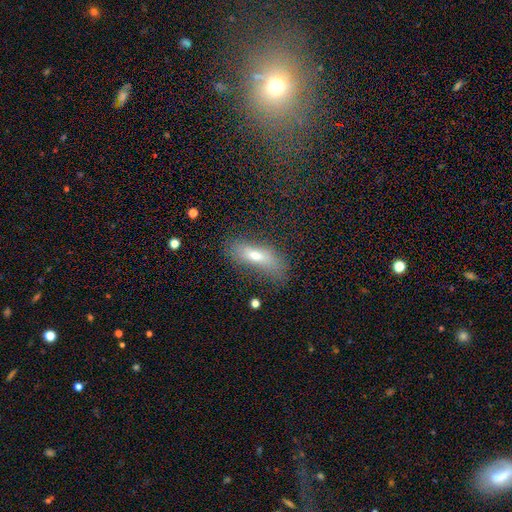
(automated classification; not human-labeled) A smooth galaxy with no disk features (63%) that is in between round and cigar-shaped (61%).

Vote fractions:
- Smooth or featured? smooth: 63% / featured or disk: 26% / star or artifact: 11%
- How rounded? in between: 61% / cigar-shaped: 35% / round: 4%
- Merging? none: 56% / minor disturbance: 24% / major disturbance: 16% / merger: 3%